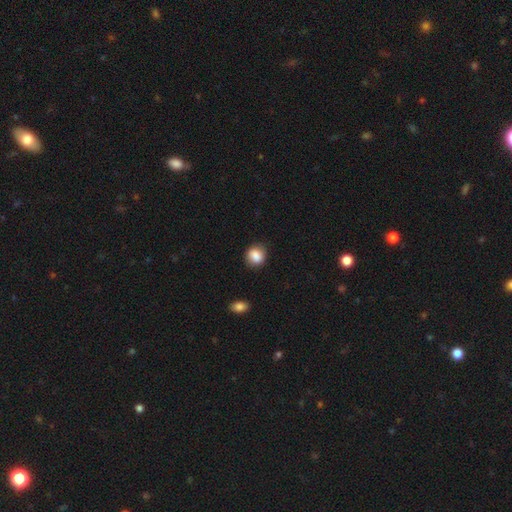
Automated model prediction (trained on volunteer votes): Smooth or featured: smooth — 86% (star or artifact — 8%)
How rounded: round — 68% (in between — 31%)
Merging: none — 82% (minor disturbance — 13%)